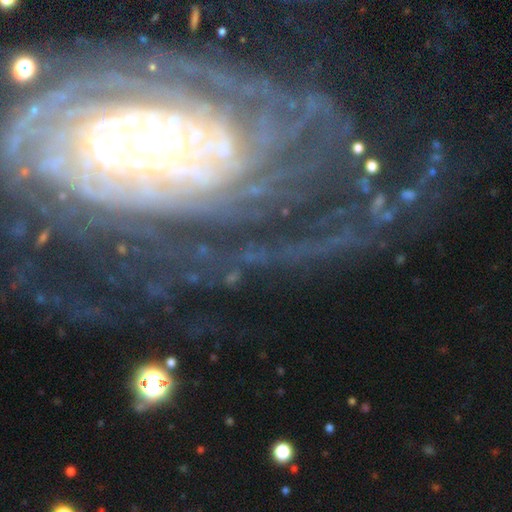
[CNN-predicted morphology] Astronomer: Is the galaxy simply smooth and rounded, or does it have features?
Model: featured or disk — 77%.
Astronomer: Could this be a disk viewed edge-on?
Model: no — 91%.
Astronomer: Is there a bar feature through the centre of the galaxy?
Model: no — 50% (runner-up: weak, 26%).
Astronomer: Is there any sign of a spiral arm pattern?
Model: yes — 94%.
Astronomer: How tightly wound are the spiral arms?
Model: tight — 69%.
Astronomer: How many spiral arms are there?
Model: can't tell — 27% (runner-up: more than 4, 17%).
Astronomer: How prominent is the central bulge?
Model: small — 53% (runner-up: moderate, 31%).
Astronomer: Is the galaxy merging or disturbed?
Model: none — 68%.